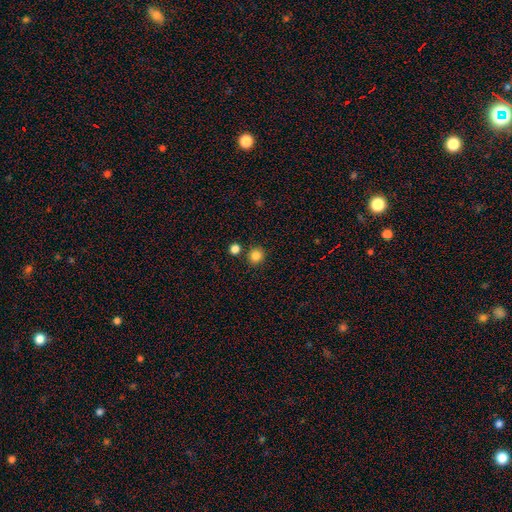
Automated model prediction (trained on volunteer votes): smooth_or_featured: smooth (p=0.85) [alt: star or artifact p=0.11]
how_rounded: round (p=0.90) [alt: in between p=0.09]
merging: none (p=0.84) [alt: minor disturbance p=0.07]